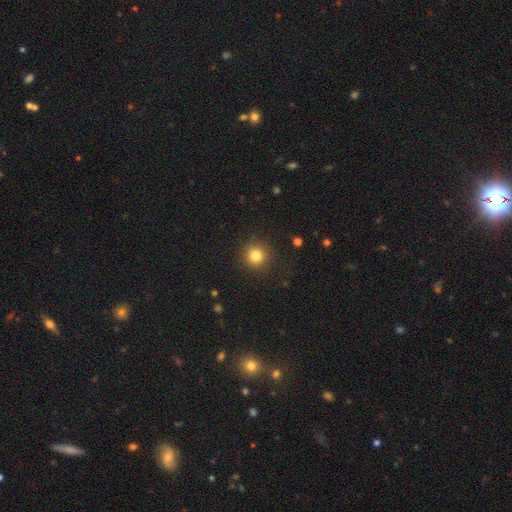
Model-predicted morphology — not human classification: This appears to be a smooth galaxy with no disk features (82%) that is round (94%). Merging: none (90%).